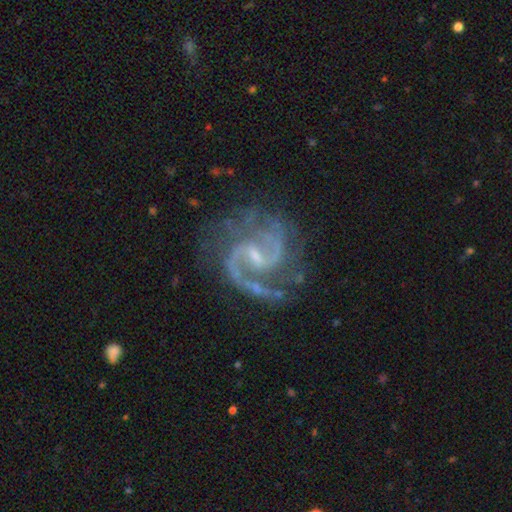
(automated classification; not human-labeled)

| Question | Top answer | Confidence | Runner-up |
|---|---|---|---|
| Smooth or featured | featured or disk | 93% | star or artifact (5%) |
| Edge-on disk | no | 98% | yes (2%) |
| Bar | weak | 61% | strong (20%) |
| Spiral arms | yes | 98% | no (2%) |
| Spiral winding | medium | 65% | tight (19%) |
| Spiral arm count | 2 | 88% | 3 (4%) |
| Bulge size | small | 62% | moderate (22%) |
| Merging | none | 70% | minor disturbance (18%) |